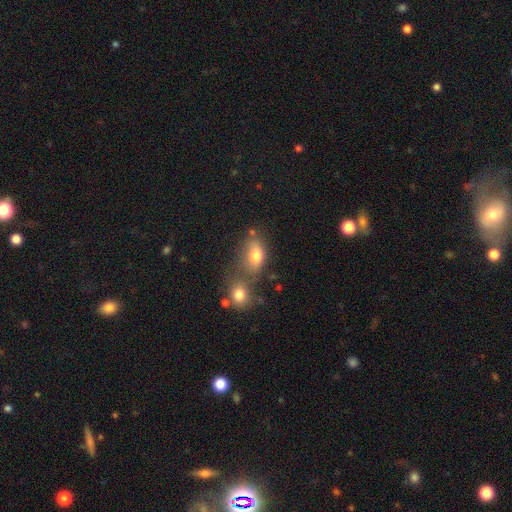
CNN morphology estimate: smooth 78%, featured or disk 12%, star or artifact 10%. Down the decision tree: how rounded — in between (81%); merging — none (41%).